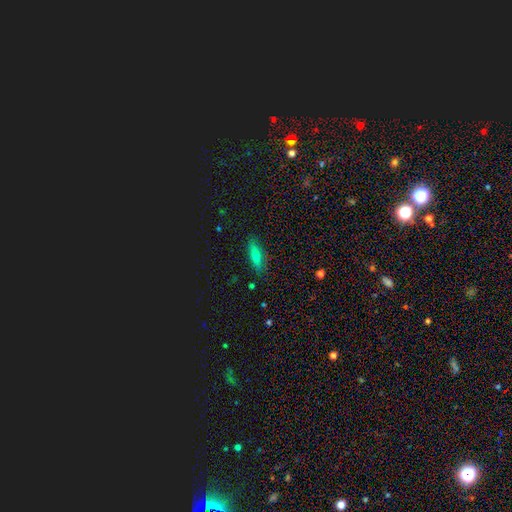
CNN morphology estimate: A smooth galaxy with no disk features (63%) that is cigar-shaped (57%).

Vote fractions:
- Smooth or featured? smooth: 63% / featured or disk: 24% / star or artifact: 13%
- How rounded? cigar-shaped: 57% / in between: 40% / round: 3%
- Merging? none: 84% / minor disturbance: 12% / major disturbance: 3% / merger: 1%